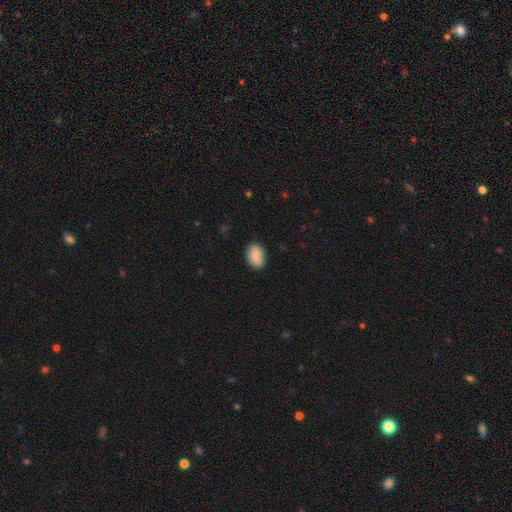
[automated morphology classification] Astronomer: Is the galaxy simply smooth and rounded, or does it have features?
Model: smooth — 75%.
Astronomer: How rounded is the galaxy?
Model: in between — 82%.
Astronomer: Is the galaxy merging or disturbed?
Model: none — 83%.